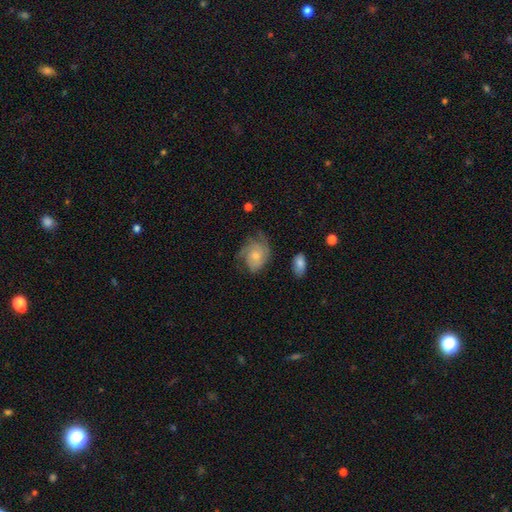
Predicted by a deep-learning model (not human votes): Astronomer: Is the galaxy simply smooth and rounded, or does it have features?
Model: featured or disk — 51% (runner-up: smooth, 42%).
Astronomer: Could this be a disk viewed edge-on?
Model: no — 96%.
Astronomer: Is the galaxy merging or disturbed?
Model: none — 47% (runner-up: minor disturbance, 30%).